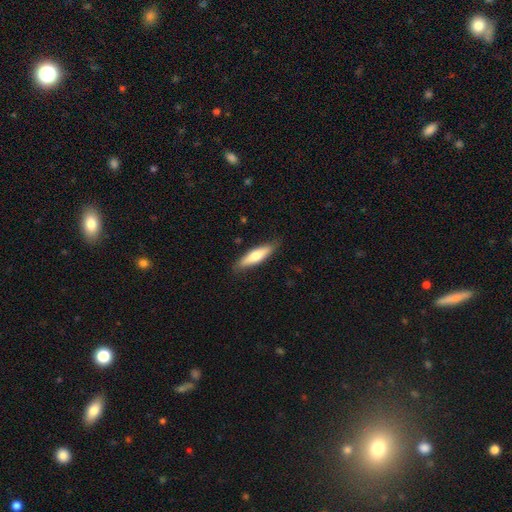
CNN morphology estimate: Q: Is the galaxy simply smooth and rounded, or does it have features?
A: smooth — 68%.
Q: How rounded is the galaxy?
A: cigar-shaped — 65%.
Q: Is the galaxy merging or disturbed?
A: none — 85%.